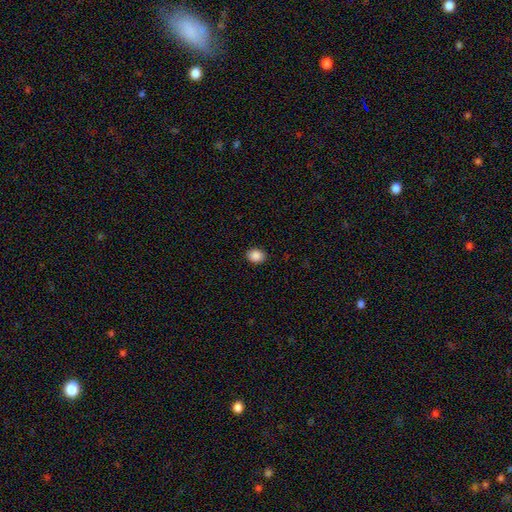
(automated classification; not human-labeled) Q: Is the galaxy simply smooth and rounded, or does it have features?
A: smooth — 88%.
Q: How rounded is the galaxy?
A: round — 55%.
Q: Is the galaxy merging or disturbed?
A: none — 91%.